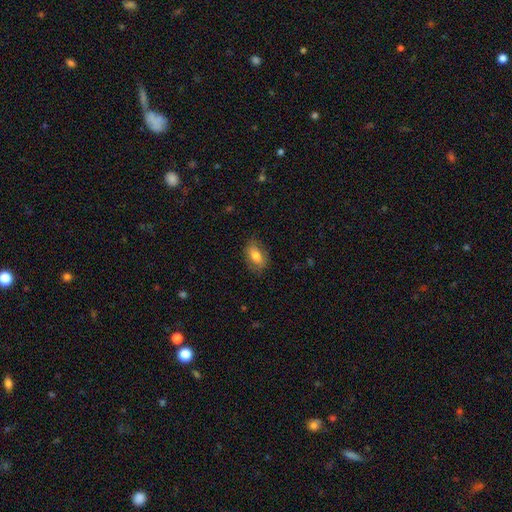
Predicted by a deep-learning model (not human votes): smooth-or-featured: smooth: 72% | featured or disk: 20% | star or artifact: 7%
  how-rounded: in between: 86% | round: 11% | cigar-shaped: 2%
  merging: none: 78% | minor disturbance: 17% | major disturbance: 5% | merger: 1%